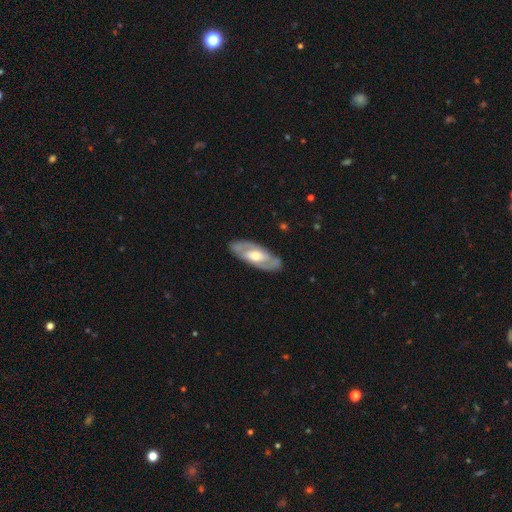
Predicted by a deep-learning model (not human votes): Smooth or featured?
  - featured or disk: 71% *
  - smooth: 24%
  - star or artifact: 4%
Edge-on disk?
  - no: 85% *
  - yes: 15%
Bar?
  - no: 51% *
  - weak: 34%
  - strong: 15%
Spiral arms?
  - yes: 68% *
  - no: 32%
Bulge size?
  - moderate: 69% *
  - small: 21%
  - large: 8%
  - none: 1%
  - dominant: 1%
Merging?
  - none: 85% *
  - minor disturbance: 11%
  - major disturbance: 3%
  - merger: 1%